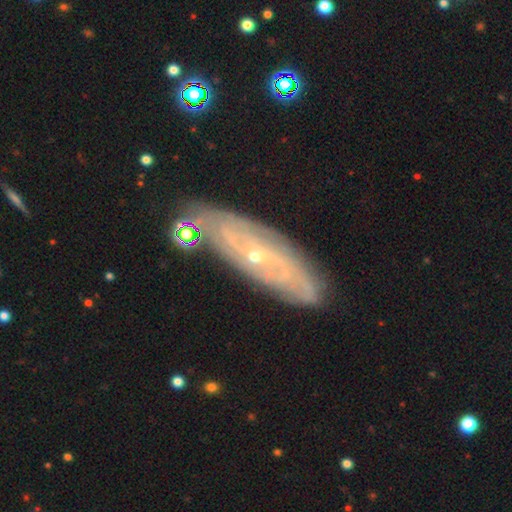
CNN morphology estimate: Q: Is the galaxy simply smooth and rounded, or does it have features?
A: featured or disk — 79%.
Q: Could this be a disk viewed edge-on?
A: no — 80%.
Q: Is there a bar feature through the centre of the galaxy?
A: no — 64%.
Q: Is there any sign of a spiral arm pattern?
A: yes — 89%.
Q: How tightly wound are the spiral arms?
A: tight — 66%.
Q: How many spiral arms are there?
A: can't tell — 50%.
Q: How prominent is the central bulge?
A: small — 83%.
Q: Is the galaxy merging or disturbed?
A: none — 82%.